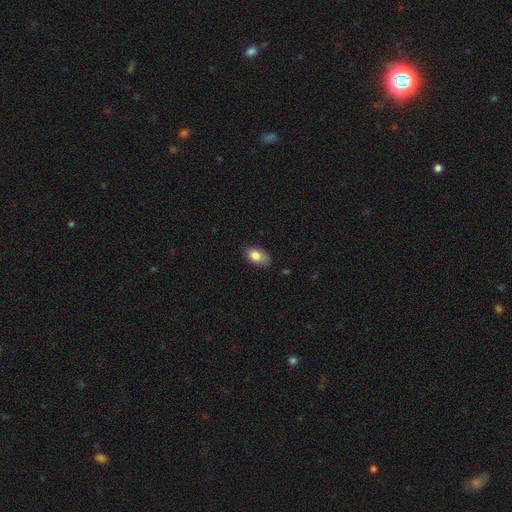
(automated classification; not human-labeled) This is clearly a smooth galaxy (83%). How rounded: clearly in between (90%). Merging: likely none (74%).